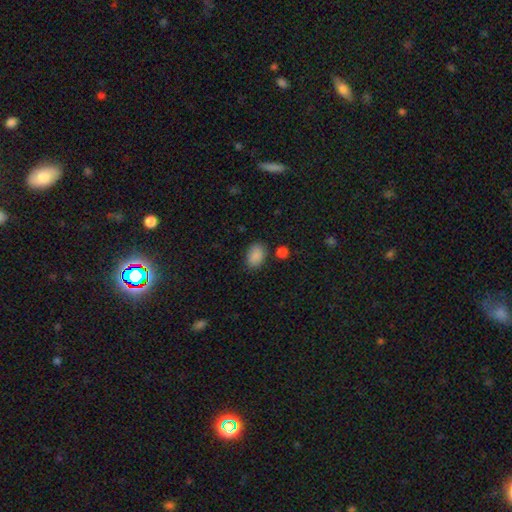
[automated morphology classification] type=smooth (88%); roundness=in between (81%); merging=none (80%).